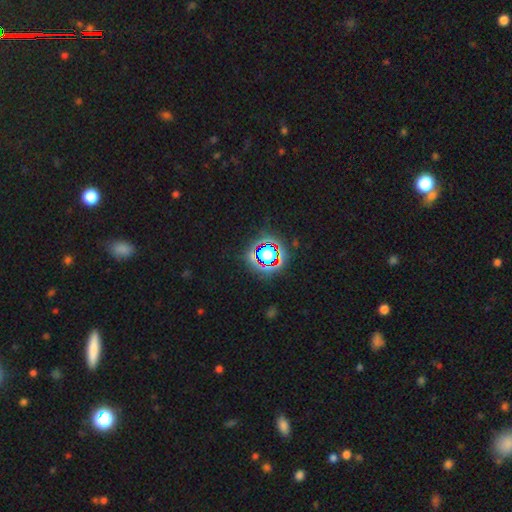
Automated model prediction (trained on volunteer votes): Overall: star or artifact (69%).